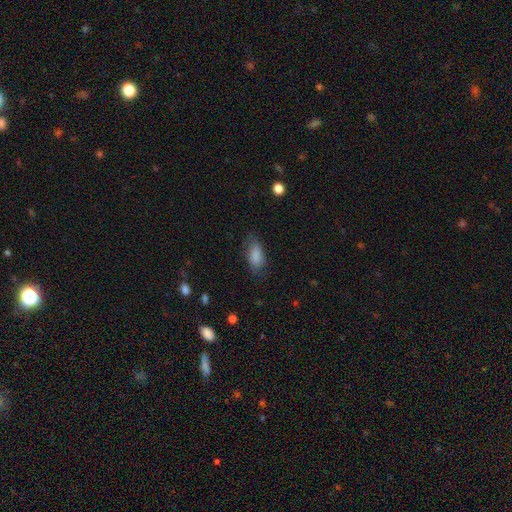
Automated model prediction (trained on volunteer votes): Q: Smooth or featured?
A: smooth (85%); runner-up: star or artifact (8%)
Q: How rounded?
A: in between (86%); runner-up: cigar-shaped (11%)
Q: Merging?
A: none (70%); runner-up: minor disturbance (21%)